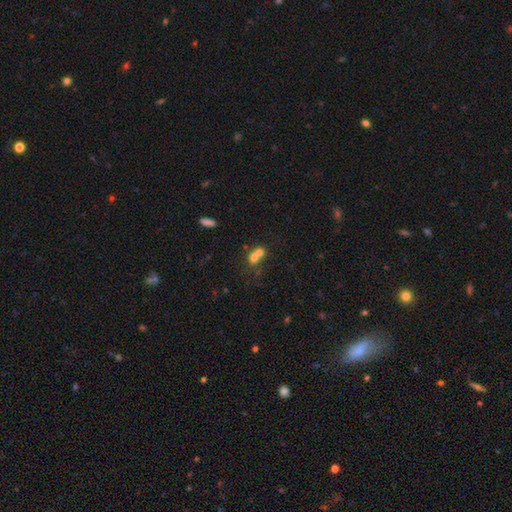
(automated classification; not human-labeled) Overall: smooth (66%). How rounded: round (71%). Merging: merger (66%).